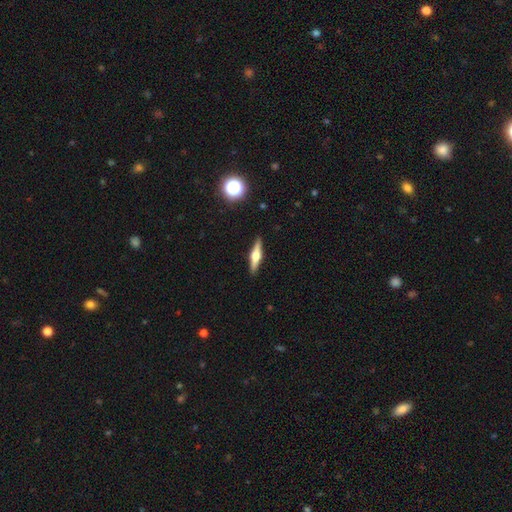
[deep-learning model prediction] A featured or disk galaxy (66%) viewed edge-on (97%) with a rounded central bulge (93%). Merging: none (91%).